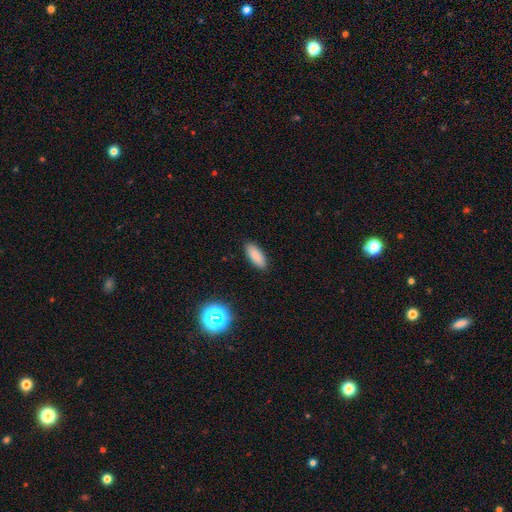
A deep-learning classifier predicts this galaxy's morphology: smooth 86%, star or artifact 9%, featured or disk 5%. Down the decision tree: how rounded — in between (75%); merging — none (90%).